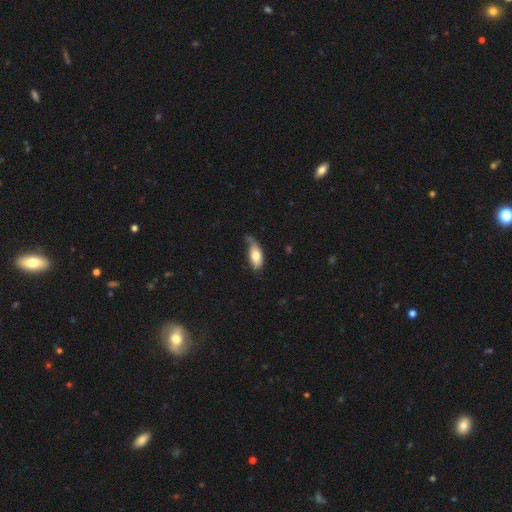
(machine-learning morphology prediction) type=smooth (69%); roundness=in between (84%); merging=none (39%).